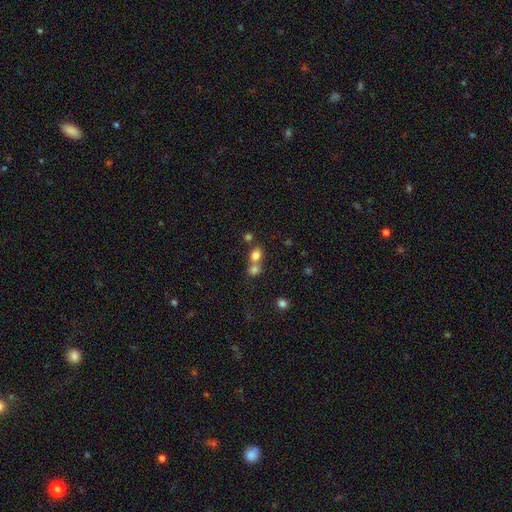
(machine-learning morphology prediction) Smooth or featured? smooth (78%)
How rounded? round (54%)
Merging? merger (58%)